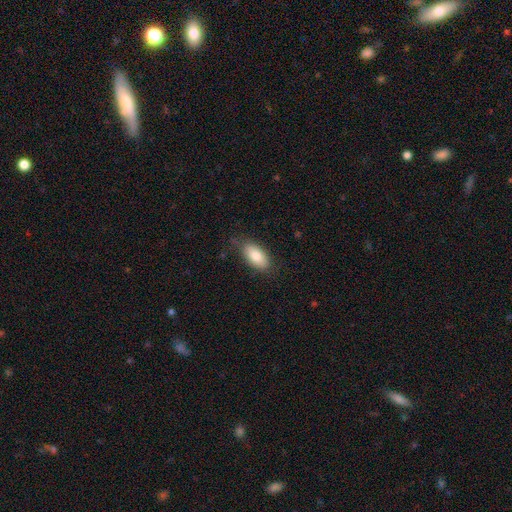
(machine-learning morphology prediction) This is clearly a smooth galaxy (83%). How rounded: clearly in between (91%). Merging: likely none (78%).